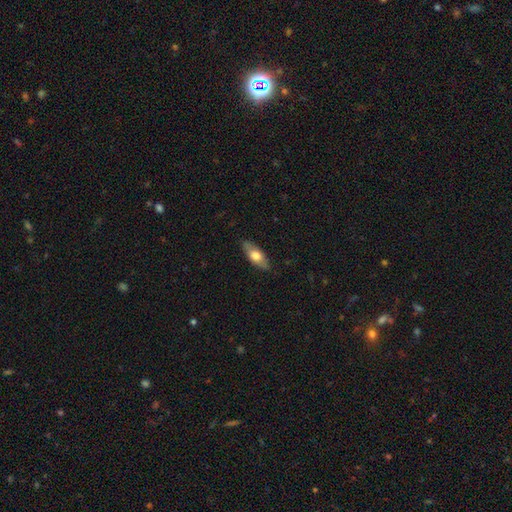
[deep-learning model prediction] Q: Smooth or featured?
A: smooth (63%); runner-up: featured or disk (32%)
Q: How rounded?
A: in between (78%); runner-up: cigar-shaped (19%)
Q: Merging?
A: none (84%); runner-up: minor disturbance (13%)